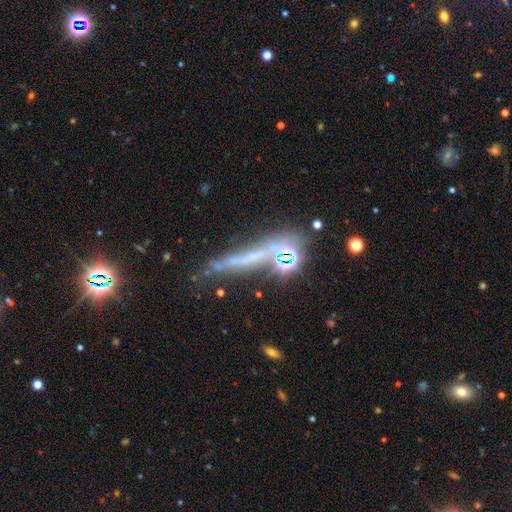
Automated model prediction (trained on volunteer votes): This appears to be a featured or disk galaxy (47%). Merging: none (44%).